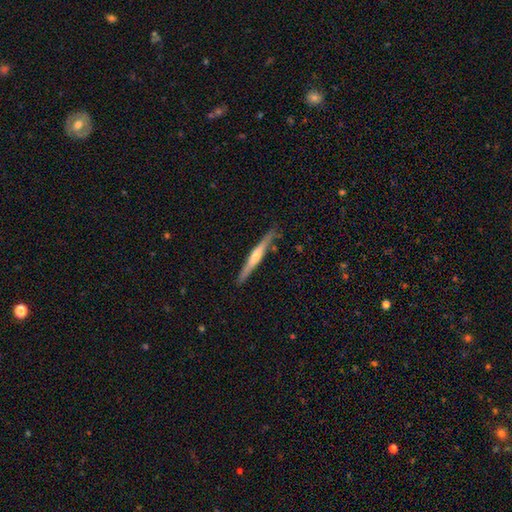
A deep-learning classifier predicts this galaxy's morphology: Smooth or featured? Predicted: featured or disk (p=0.58). Edge-on disk? Predicted: yes (p=0.97). Edge-on bulge? Predicted: rounded (p=0.66). Merging? Predicted: none (p=0.86).